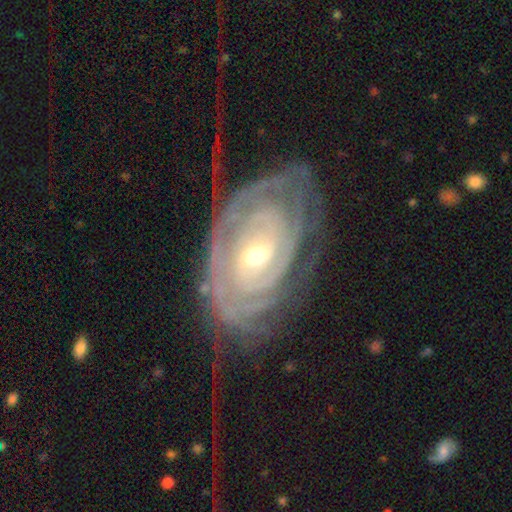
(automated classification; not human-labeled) Smooth or featured? featured or disk (88%)
Edge-on disk? no (95%)
Bar? no (52%)
Spiral arms? yes (94%)
Spiral winding? tight (84%)
Spiral arm count? can't tell (41%)
Bulge size? small (57%)
Merging? none (66%)